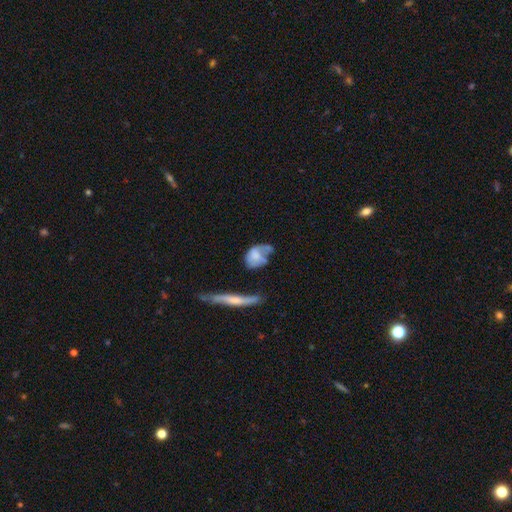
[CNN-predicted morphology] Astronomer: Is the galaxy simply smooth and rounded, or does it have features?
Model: smooth — 56% (runner-up: featured or disk, 36%).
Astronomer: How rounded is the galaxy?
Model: in between — 74%.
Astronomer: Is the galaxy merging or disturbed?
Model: none — 29%, tied with minor disturbance at 29%.